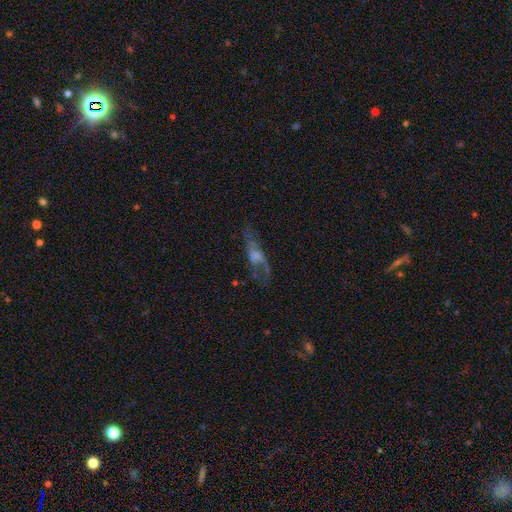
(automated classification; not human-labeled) Smooth or featured? Predicted: featured or disk (p=0.61). Edge-on disk? Predicted: no (p=0.69). Merging? Predicted: none (p=0.55).